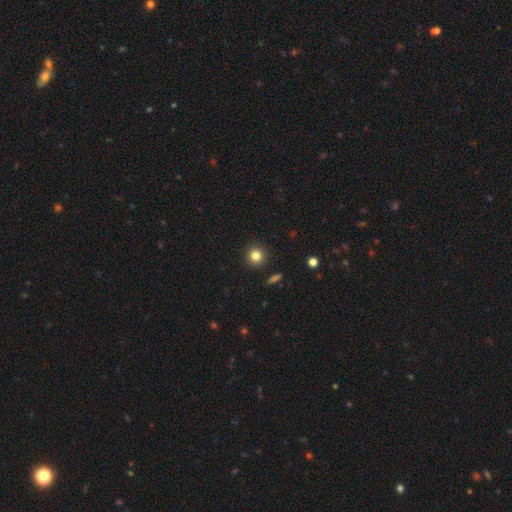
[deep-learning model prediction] This is clearly a smooth galaxy (83%). How rounded: clearly round (94%). Merging: clearly none (92%).